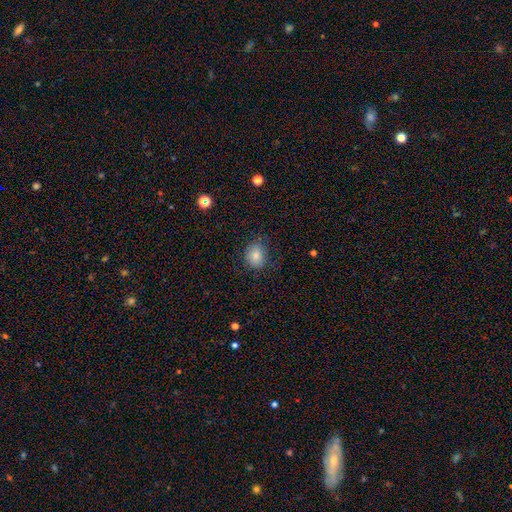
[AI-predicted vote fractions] Q: Smooth or featured?
A: smooth (82%); runner-up: star or artifact (10%)
Q: How rounded?
A: round (50%); runner-up: in between (49%)
Q: Merging?
A: none (75%); runner-up: minor disturbance (18%)